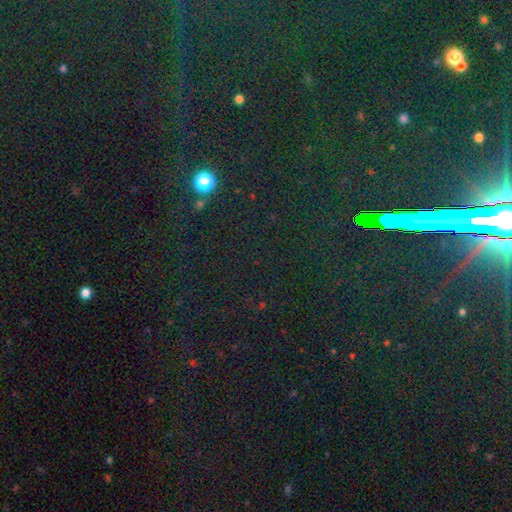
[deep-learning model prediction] A star or artifact, not a galaxy (79%).

Vote fractions:
- Smooth or featured? star or artifact: 79% / smooth: 13% / featured or disk: 8%